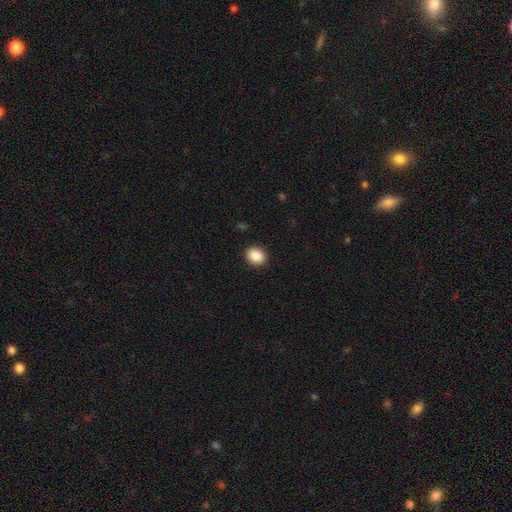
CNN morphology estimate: The model was most divided on "how rounded": round: 52%, in between: 47%, cigar-shaped: 1%. More confident: merging — none (91%); smooth or featured — smooth (89%).